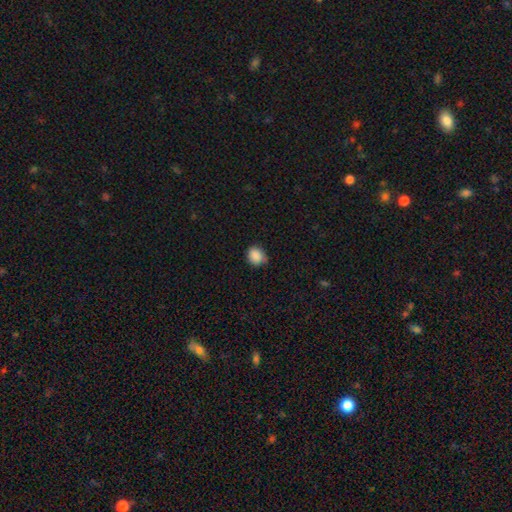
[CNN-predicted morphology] Smooth or featured: smooth — 88% (star or artifact — 9%)
How rounded: round — 69% (in between — 30%)
Merging: none — 74% (minor disturbance — 22%)